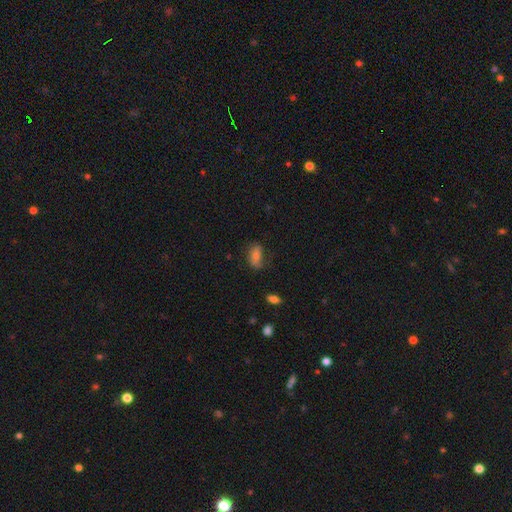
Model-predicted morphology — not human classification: smooth-or-featured: smooth: 64% | featured or disk: 24% | star or artifact: 12%
  how-rounded: in between: 80% | cigar-shaped: 13% | round: 7%
  merging: none: 70% | minor disturbance: 21% | major disturbance: 7% | merger: 2%